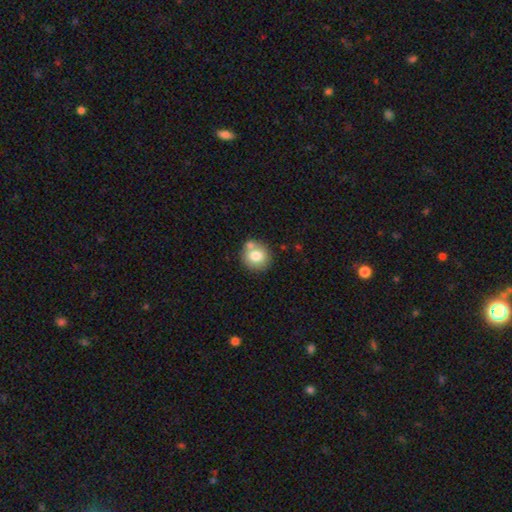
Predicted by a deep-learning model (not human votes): The model was most divided on "merging": none: 62%, merger: 23%, minor disturbance: 12%, major disturbance: 3%. More confident: how rounded — round (83%); smooth or featured — smooth (76%).